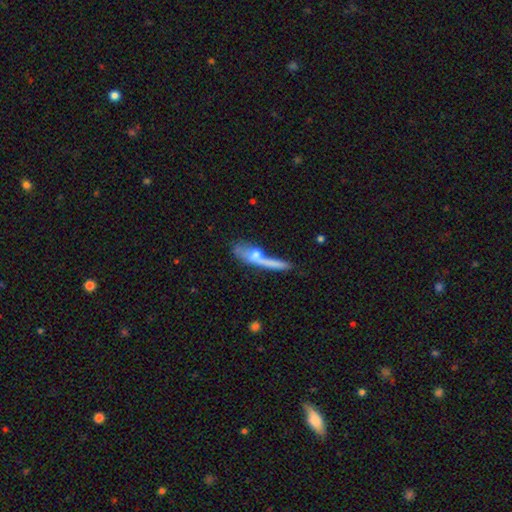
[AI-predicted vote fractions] smooth_or_featured: smooth (p=0.53) [alt: featured or disk p=0.38]
how_rounded: cigar-shaped (p=0.51) [alt: in between p=0.40]
merging: merger (p=0.38) [alt: none p=0.25]